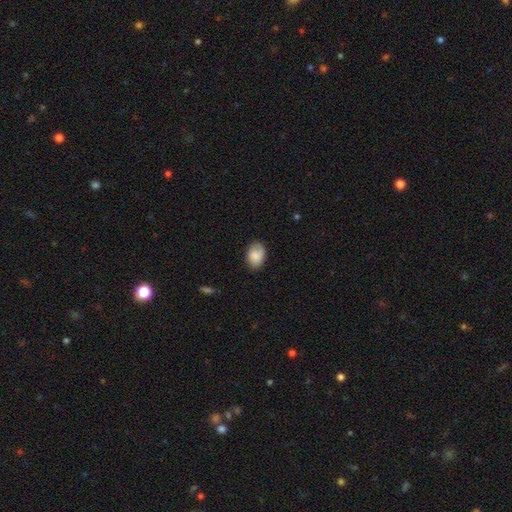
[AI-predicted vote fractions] This appears to be a smooth galaxy with no disk features (83%) that is in between round and cigar-shaped (82%). Merging: none (75%).